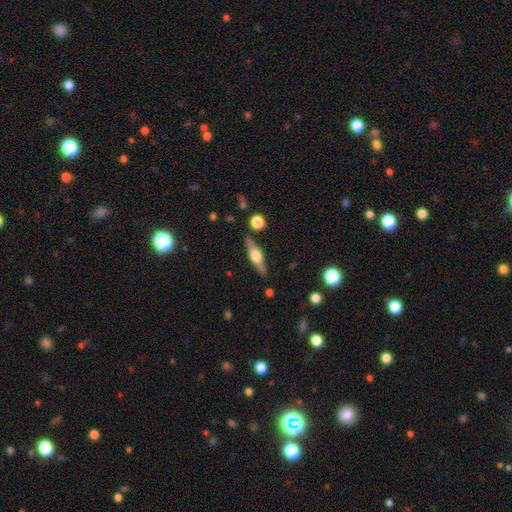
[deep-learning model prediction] This appears to be a featured or disk galaxy (61%) viewed edge-on (93%) with a rounded central bulge (90%). Merging: none (84%).